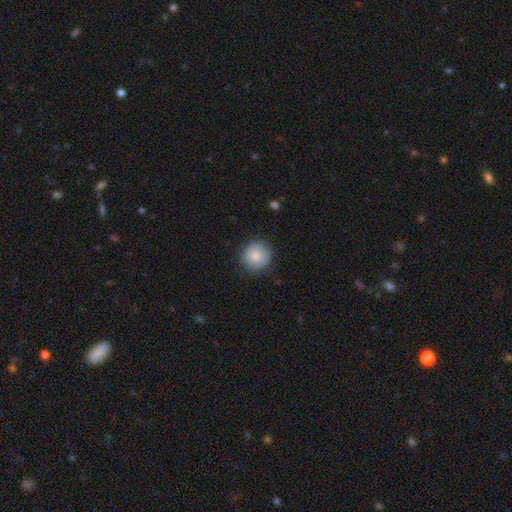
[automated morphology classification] This appears to be a smooth galaxy with no disk features (82%) that is round (94%). Merging: none (85%).